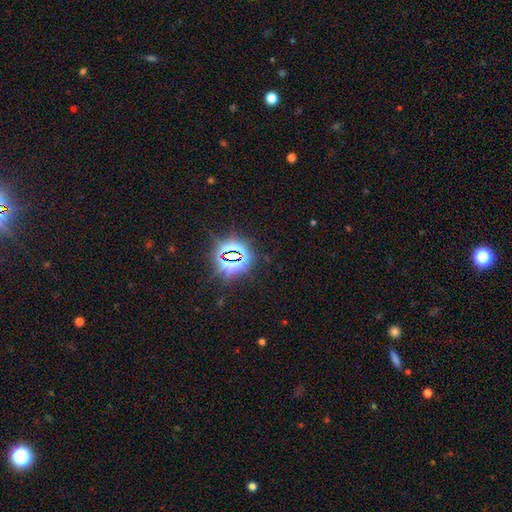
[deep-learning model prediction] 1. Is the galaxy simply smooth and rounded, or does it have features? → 83% star or artifact, 10% smooth, 6% featured or disk.